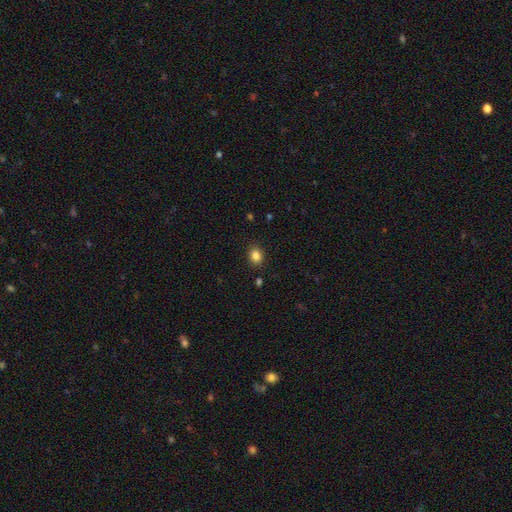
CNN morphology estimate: This appears to be a smooth galaxy with no disk features (85%) that is in between round and cigar-shaped (58%). Merging: none (88%).